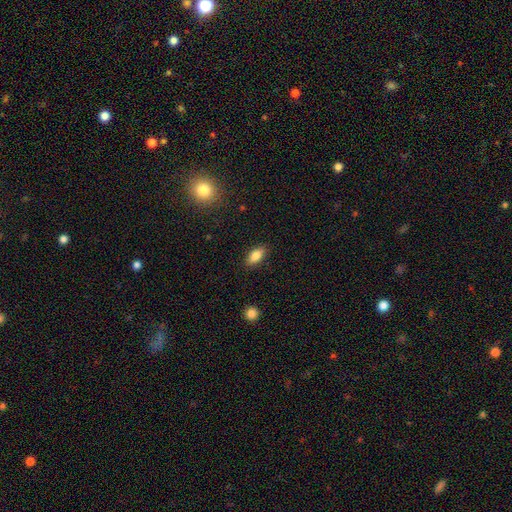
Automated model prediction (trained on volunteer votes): This appears to be a smooth galaxy with no disk features (83%) that is in between round and cigar-shaped (87%). Merging: none (87%).